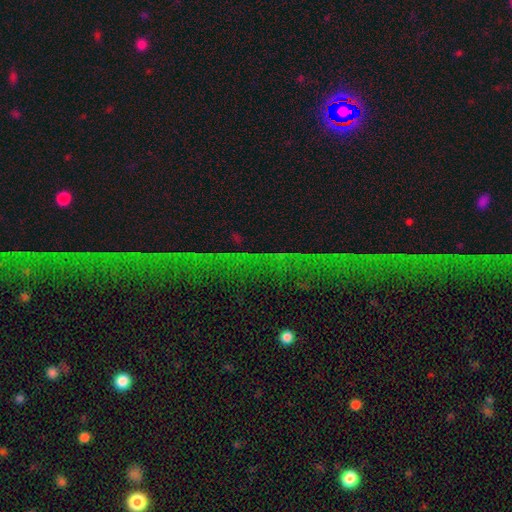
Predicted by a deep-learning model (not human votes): Morphology: type=star or artifact (76%).